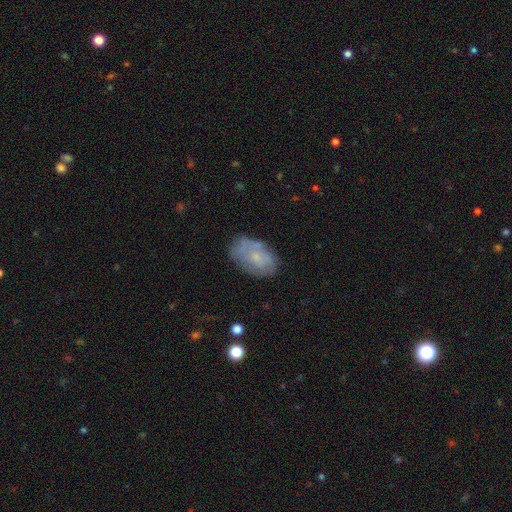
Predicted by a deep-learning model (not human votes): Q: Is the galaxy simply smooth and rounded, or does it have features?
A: smooth — 48%.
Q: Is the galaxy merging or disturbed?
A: none — 61%.